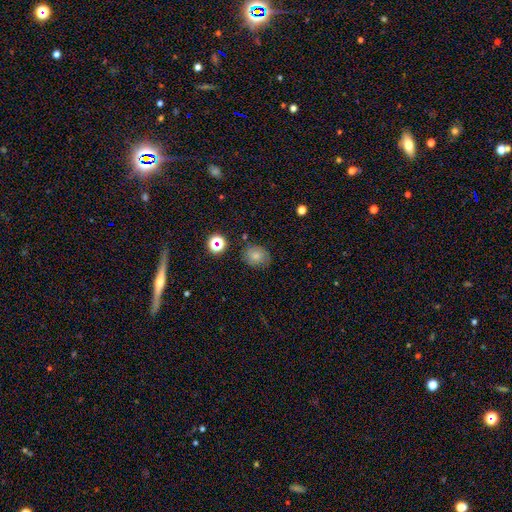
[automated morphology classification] Smooth or featured: smooth — 65% (featured or disk — 20%)
How rounded: round — 62% (in between — 37%)
Merging: none — 74% (minor disturbance — 18%)